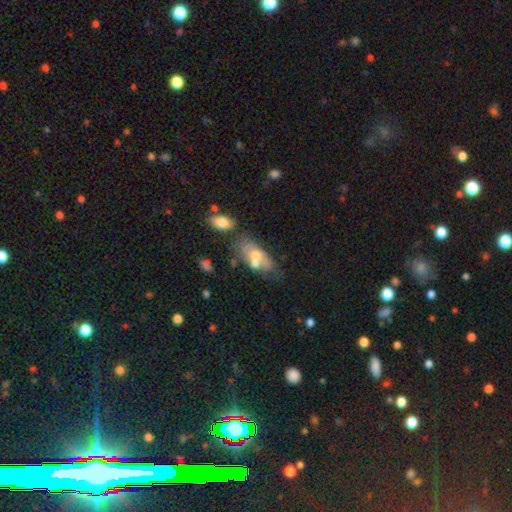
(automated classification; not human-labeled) The model was most divided on "merging": none: 39%, merger: 32%, minor disturbance: 19%, major disturbance: 10%. More confident: how rounded — in between (81%); smooth or featured — smooth (51%).